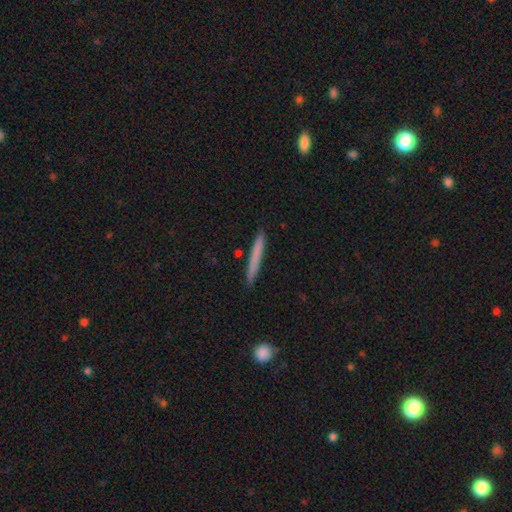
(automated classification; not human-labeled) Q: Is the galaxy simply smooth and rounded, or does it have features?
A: smooth — 69%.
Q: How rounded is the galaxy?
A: cigar-shaped — 97%.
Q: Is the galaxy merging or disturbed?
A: none — 90%.